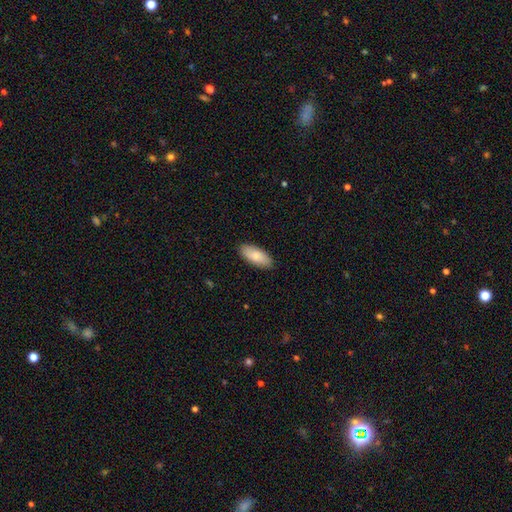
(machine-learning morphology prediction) Q: Smooth or featured?
A: smooth (83%); runner-up: featured or disk (11%)
Q: How rounded?
A: in between (85%); runner-up: cigar-shaped (13%)
Q: Merging?
A: none (89%); runner-up: minor disturbance (8%)